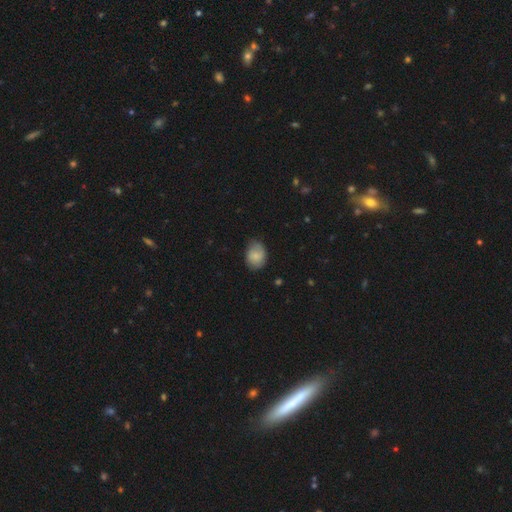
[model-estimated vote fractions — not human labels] Morphology: type=smooth (76%); roundness=in between (68%); merging=none (68%).